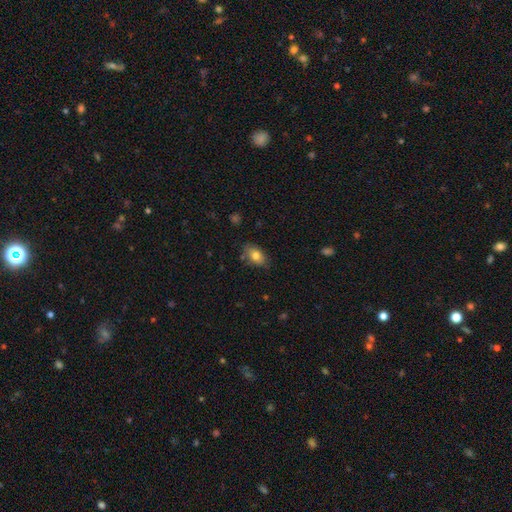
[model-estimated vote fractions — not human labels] A smooth galaxy with no disk features (78%) that is in between round and cigar-shaped (87%). Merging: none (77%).